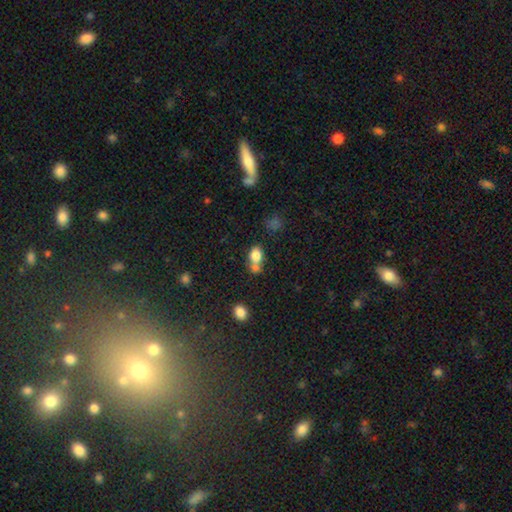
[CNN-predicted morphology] smooth-or-featured: smooth: 79% | star or artifact: 11% | featured or disk: 10%
  how-rounded: in between: 62% | round: 36% | cigar-shaped: 2%
  merging: merger: 51% | none: 34% | minor disturbance: 10% | major disturbance: 5%